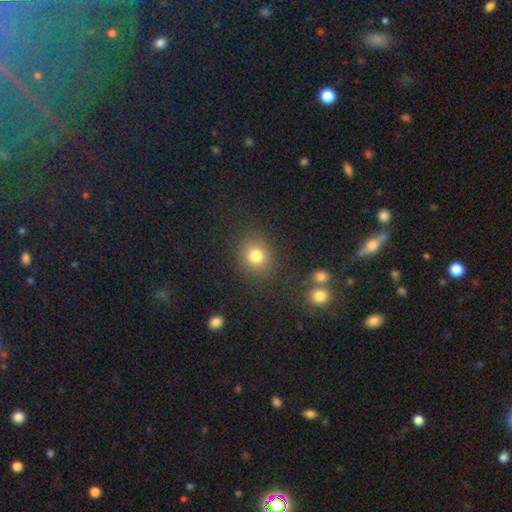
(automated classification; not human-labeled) This is likely a smooth galaxy (79%). How rounded: likely round (76%). Merging: clearly none (84%).